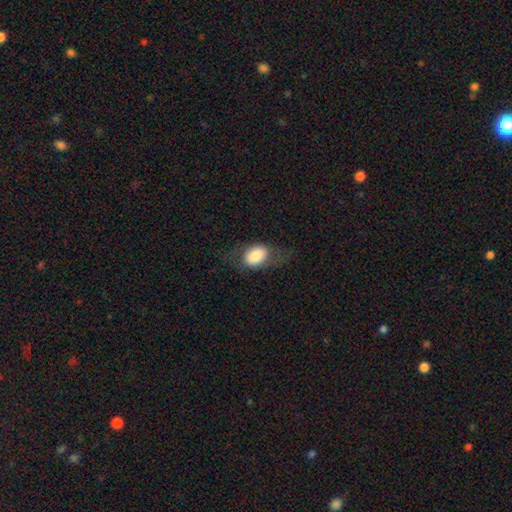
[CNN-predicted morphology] smooth_or_featured: smooth (p=0.72) [alt: featured or disk p=0.21]
how_rounded: in between (p=0.79) [alt: round p=0.20]
merging: none (p=0.65) [alt: minor disturbance p=0.19]